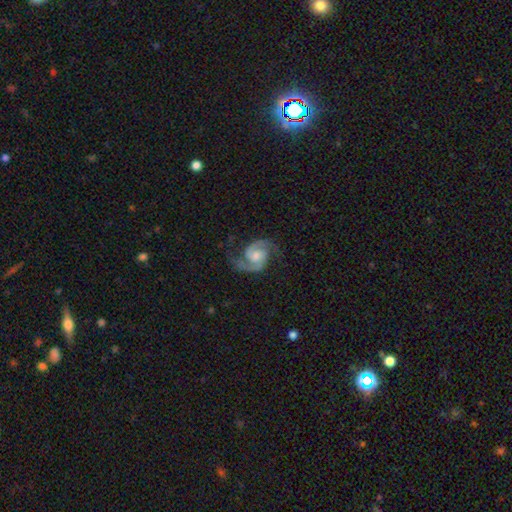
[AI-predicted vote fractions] This is clearly a featured or disk galaxy (92%). It is clearly not viewed edge-on (98%). Bar: possibly no (59%). Spiral arm pattern: clearly yes (99%). Spiral arm count: clearly 2 (94%). Spiral winding: possibly medium (60%). Central bulge: possibly moderate (53%). Merging: likely none (80%).